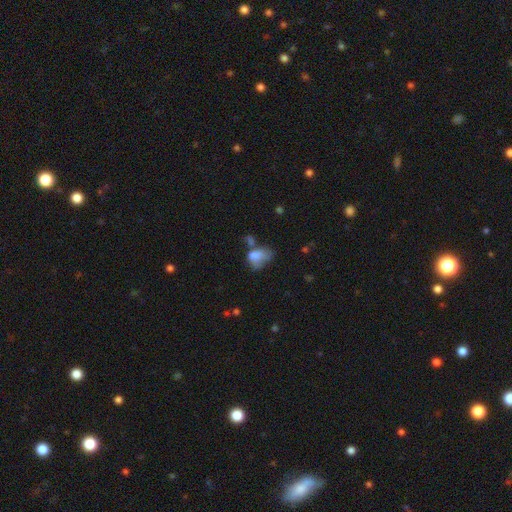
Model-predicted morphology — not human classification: smooth 70%, featured or disk 19%, star or artifact 11%. Down the decision tree: how rounded — in between (78%); merging — major disturbance (29%).